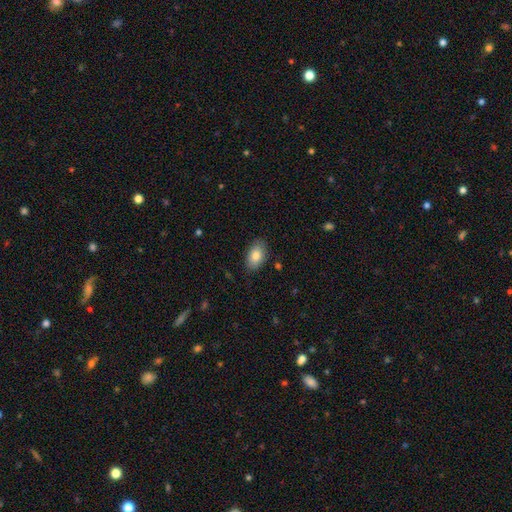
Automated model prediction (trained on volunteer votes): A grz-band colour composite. It shows a smooth galaxy with no disk features (83%) that is in between round and cigar-shaped (92%). Merging: none (84%).